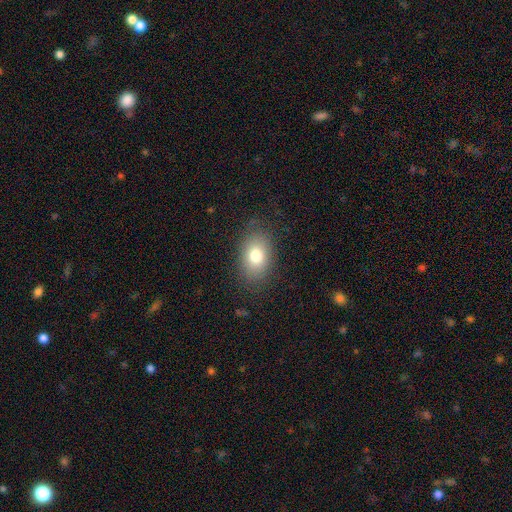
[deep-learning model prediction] smooth 77%, featured or disk 13%, star or artifact 11%. Down the decision tree: how rounded — in between (80%); merging — none (83%).